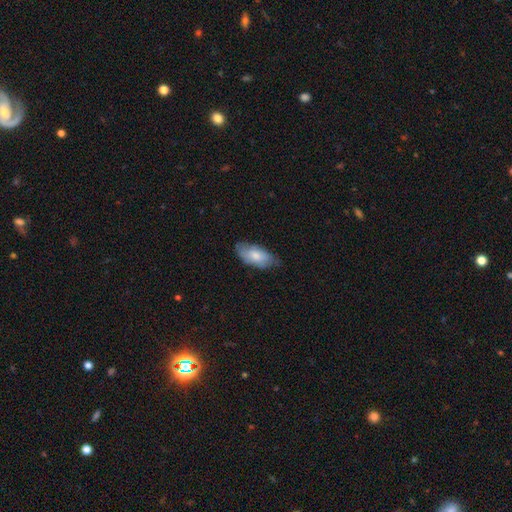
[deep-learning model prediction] The model was most divided on "merging": none: 65%, minor disturbance: 28%, major disturbance: 5%, merger: 1%. More confident: how rounded — in between (91%); smooth or featured — smooth (72%).